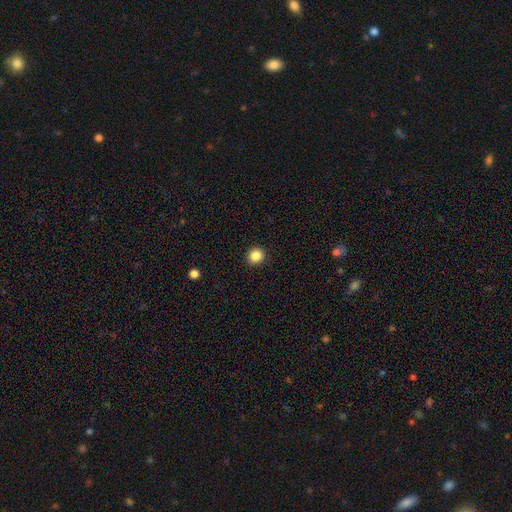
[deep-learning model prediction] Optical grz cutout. It shows a smooth galaxy with no disk features (86%) that is round (85%). Merging: none (92%).